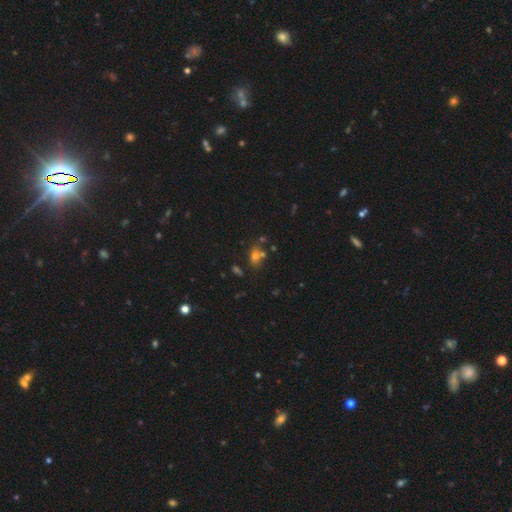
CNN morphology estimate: Smooth or featured: smooth — 64% (star or artifact — 22%)
How rounded: in between — 70% (round — 26%)
Merging: none — 58% (merger — 21%)